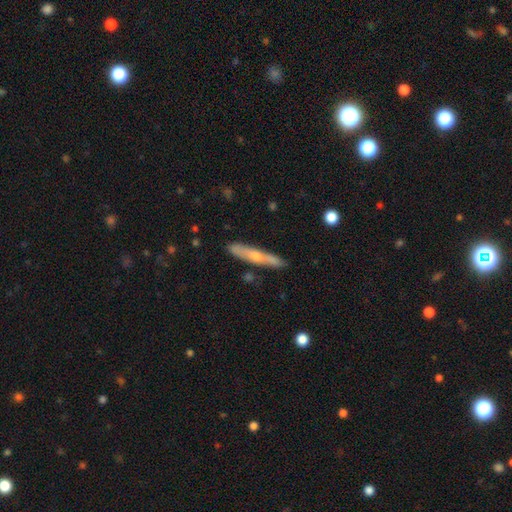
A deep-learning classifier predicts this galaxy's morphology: Overall: featured or disk (49%; smooth 45%). Merging: none (84%).